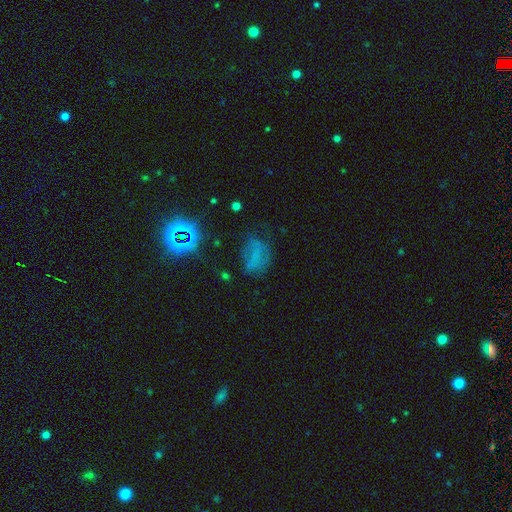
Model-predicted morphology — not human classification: This is marginally a smooth galaxy (41%). Merging: possibly none (48%).